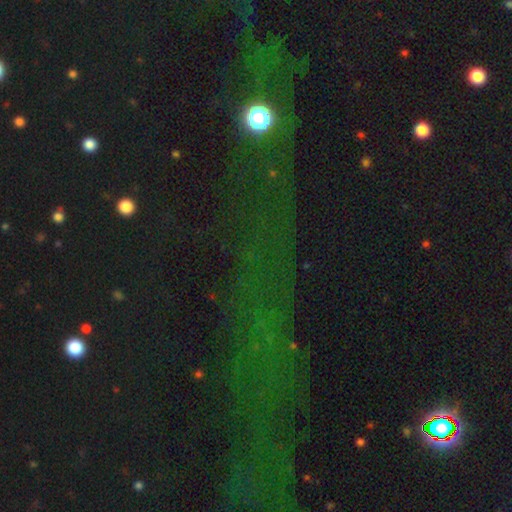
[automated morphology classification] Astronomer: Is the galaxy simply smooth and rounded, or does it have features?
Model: star or artifact — 72%.